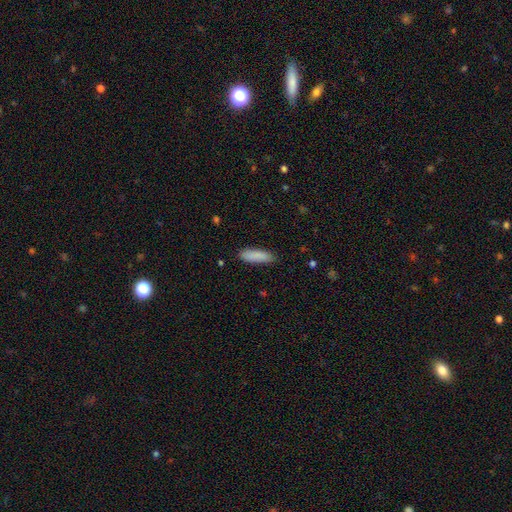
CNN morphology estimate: smooth-or-featured: smooth: 88% | featured or disk: 6% | star or artifact: 6%
  how-rounded: cigar-shaped: 59% | in between: 40% | round: 1%
  merging: none: 85% | minor disturbance: 12% | major disturbance: 2% | merger: 1%